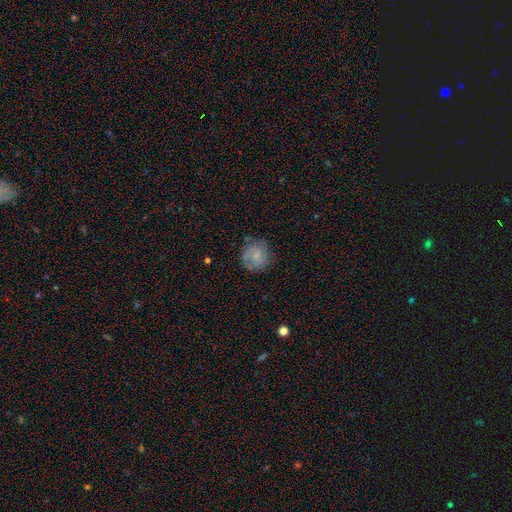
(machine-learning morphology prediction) A smooth galaxy with no disk features (57%) that is round (84%). Merging: none (70%).